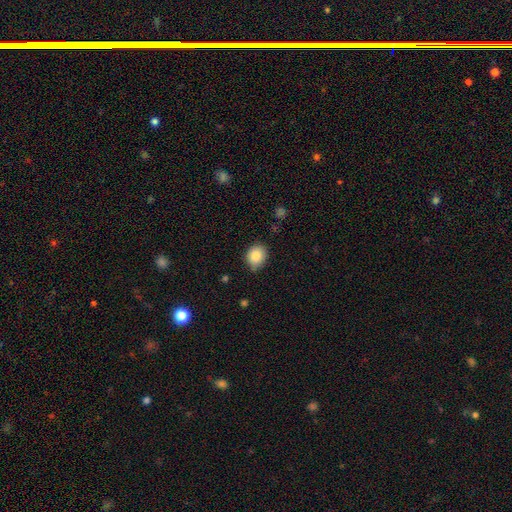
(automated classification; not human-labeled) Smooth or featured: smooth — 85% (star or artifact — 9%)
How rounded: round — 61% (in between — 38%)
Merging: none — 78% (minor disturbance — 18%)